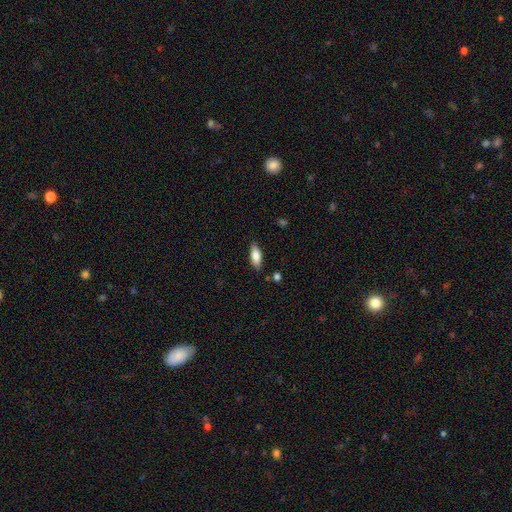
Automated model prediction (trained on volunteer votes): Smooth or featured?
  - smooth: 80% *
  - featured or disk: 13%
  - star or artifact: 6%
How rounded?
  - in between: 73% *
  - cigar-shaped: 25%
  - round: 2%
Merging?
  - none: 83% *
  - minor disturbance: 12%
  - major disturbance: 2%
  - merger: 2%